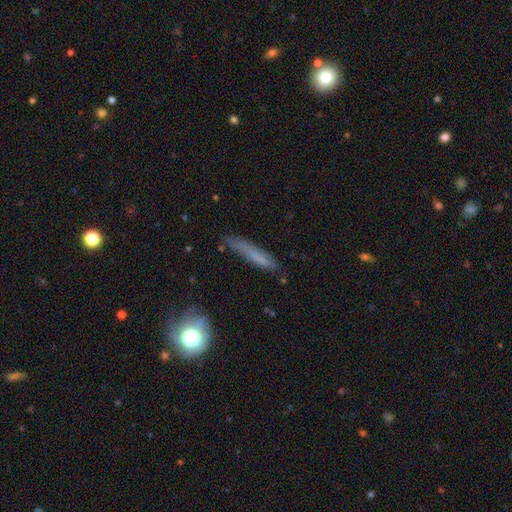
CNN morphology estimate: smooth-or-featured: smooth: 65% | featured or disk: 23% | star or artifact: 12%
  how-rounded: cigar-shaped: 89% | in between: 9% | round: 2%
  merging: none: 66% | minor disturbance: 24% | major disturbance: 7% | merger: 3%